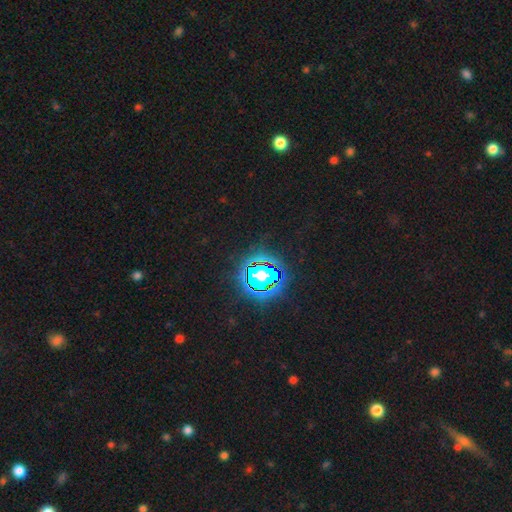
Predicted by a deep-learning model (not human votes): Smooth or featured?
  - star or artifact: 84% *
  - smooth: 10%
  - featured or disk: 6%